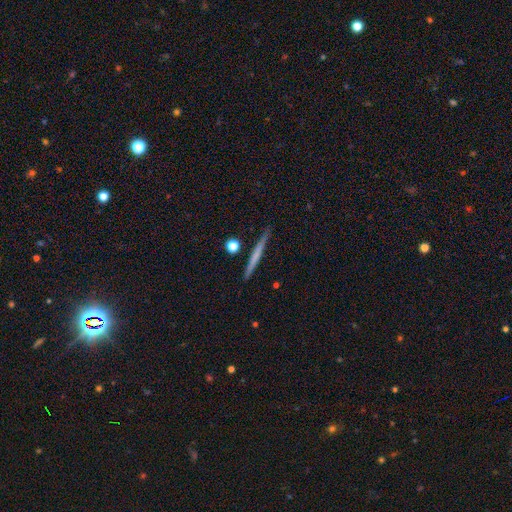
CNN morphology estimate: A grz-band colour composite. It shows a smooth galaxy with no disk features (52%) that is cigar-shaped (95%). Merging: none (89%).